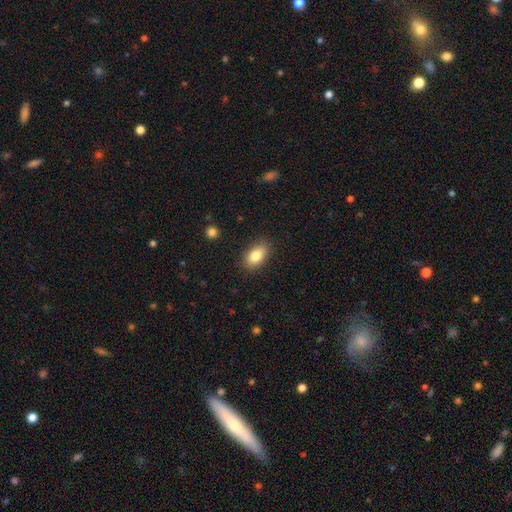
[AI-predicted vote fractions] Smooth or featured? smooth (82%)
How rounded? in between (89%)
Merging? none (87%)